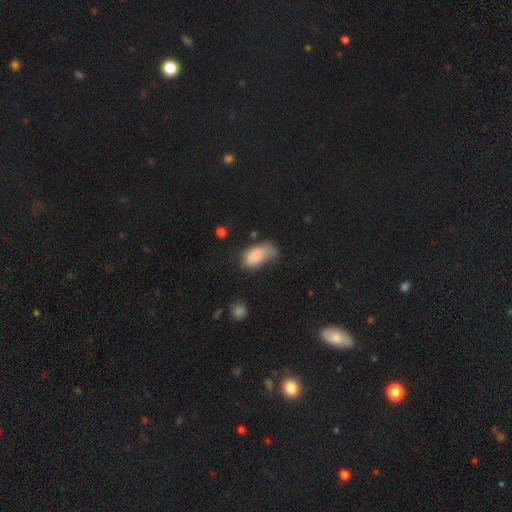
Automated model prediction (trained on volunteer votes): This appears to be a smooth galaxy with no disk features (83%) that is in between round and cigar-shaped (93%). Merging: minor disturbance (35%).